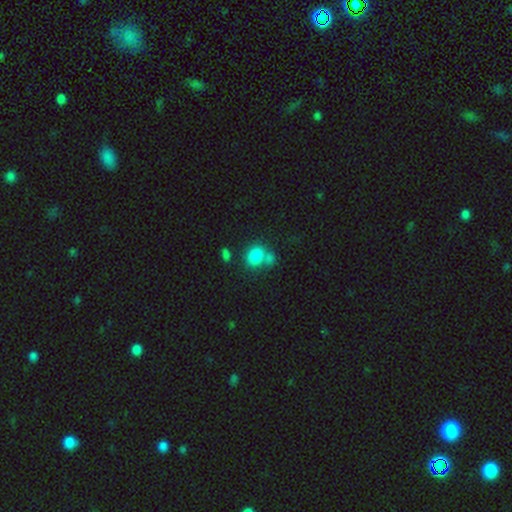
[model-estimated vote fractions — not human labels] smooth-or-featured: smooth: 82% | star or artifact: 10% | featured or disk: 7%
  how-rounded: in between: 52% | round: 47% | cigar-shaped: 1%
  merging: none: 47% | merger: 34% | minor disturbance: 13% | major disturbance: 6%